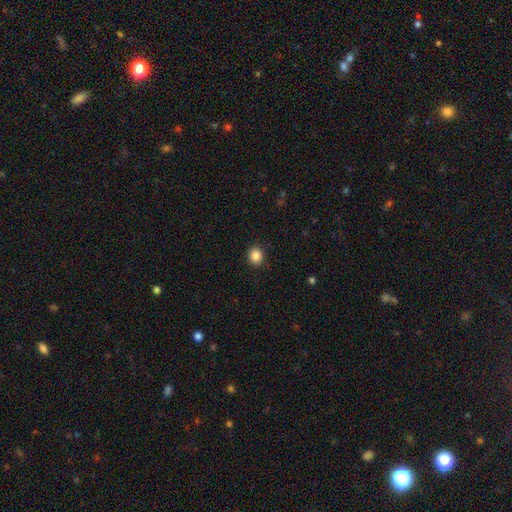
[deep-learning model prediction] Smooth or featured?
  - smooth: 87% *
  - star or artifact: 10%
  - featured or disk: 4%
How rounded?
  - round: 71% *
  - in between: 28%
  - cigar-shaped: 1%
Merging?
  - none: 90% *
  - minor disturbance: 7%
  - major disturbance: 2%
  - merger: 1%